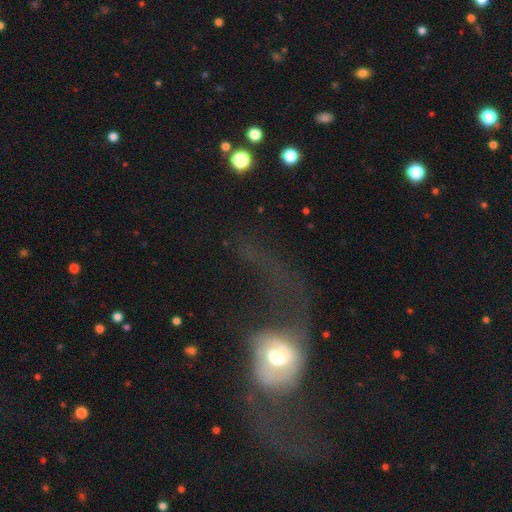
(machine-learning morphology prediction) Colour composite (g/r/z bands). It shows a featured or disk galaxy (57%) with no bar (57%), spiral arms (62%) and a moderate central bulge (58%). Merging: major disturbance (46%).